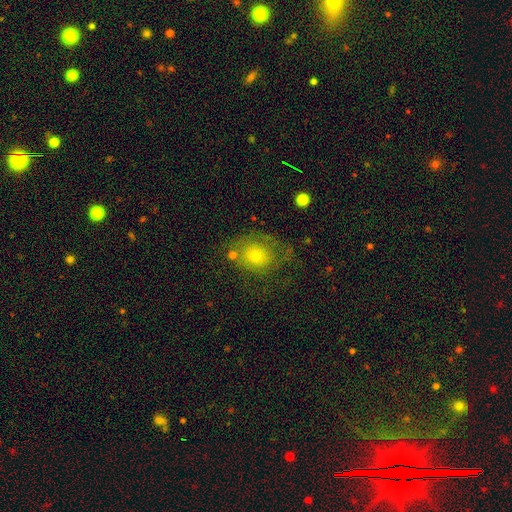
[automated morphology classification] Smooth or featured? Predicted: smooth (p=0.51). How rounded? Predicted: round (p=0.58). Merging? Predicted: none (p=0.54).